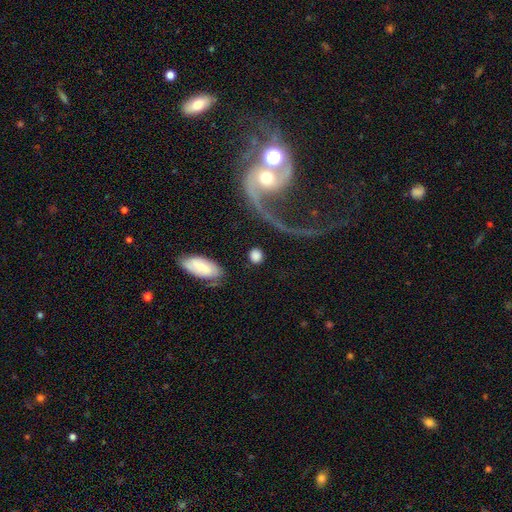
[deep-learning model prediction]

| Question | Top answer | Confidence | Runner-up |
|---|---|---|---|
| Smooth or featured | smooth | 79% | featured or disk (14%) |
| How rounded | round | 63% | in between (34%) |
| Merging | none | 71% | minor disturbance (12%) |